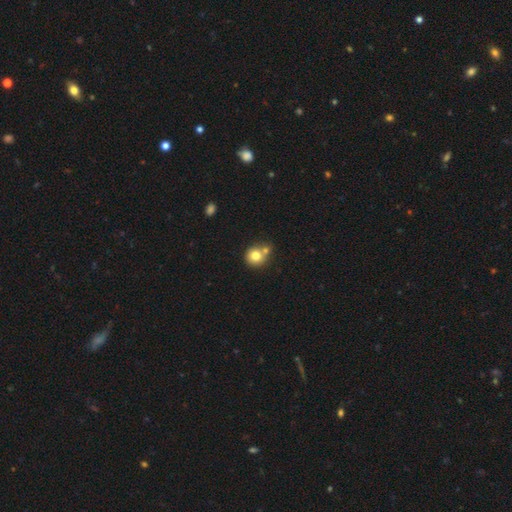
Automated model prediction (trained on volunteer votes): Q: Smooth or featured?
A: smooth (78%); runner-up: featured or disk (12%)
Q: How rounded?
A: round (87%); runner-up: in between (12%)
Q: Merging?
A: none (52%); runner-up: merger (34%)